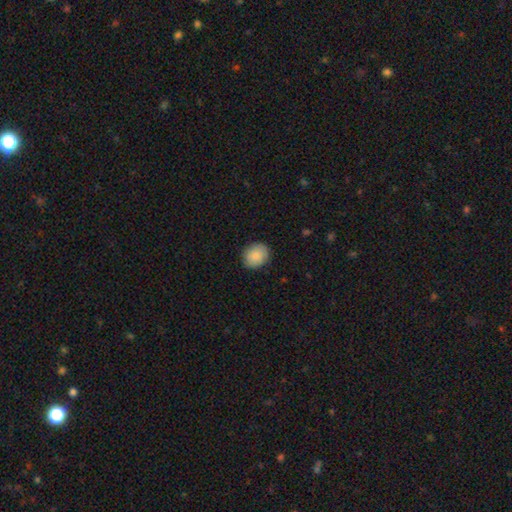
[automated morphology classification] Smooth or featured: smooth — 87% (star or artifact — 7%)
How rounded: round — 59% (in between — 40%)
Merging: none — 87% (minor disturbance — 10%)